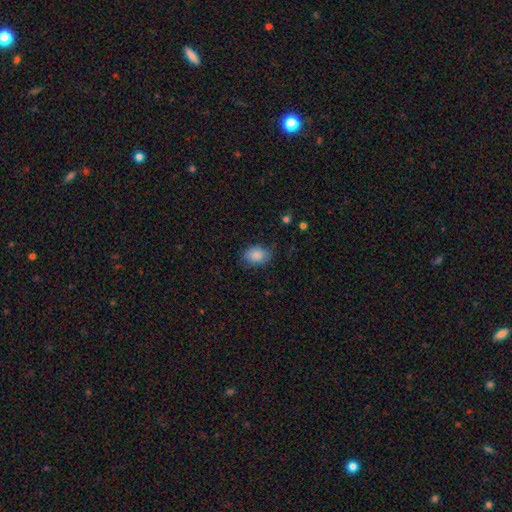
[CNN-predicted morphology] A smooth galaxy with no disk features (87%) that is in between round and cigar-shaped (74%). Merging: none (76%).